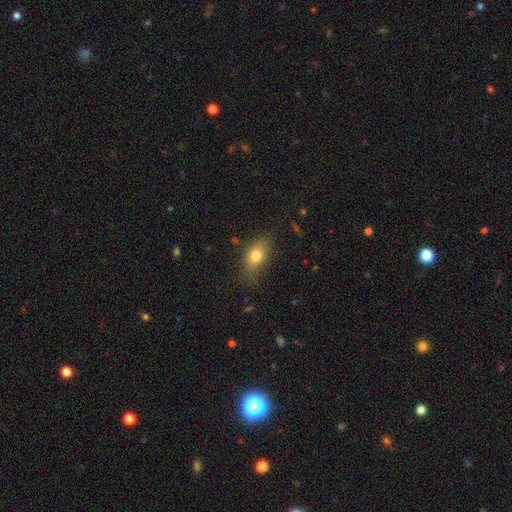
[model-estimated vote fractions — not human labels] smooth-or-featured: smooth: 76% | featured or disk: 14% | star or artifact: 9%
  how-rounded: in between: 81% | round: 13% | cigar-shaped: 6%
  merging: none: 72% | minor disturbance: 20% | major disturbance: 6% | merger: 2%